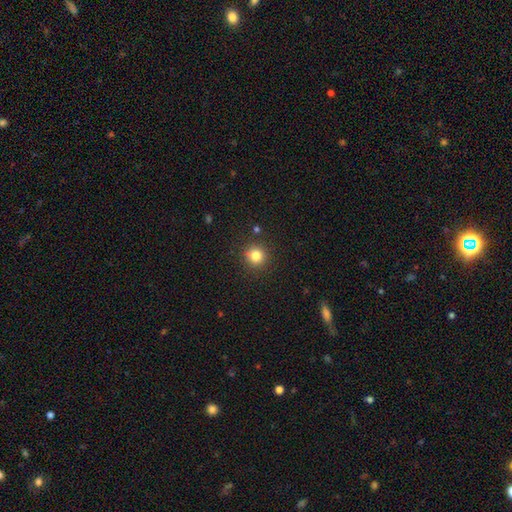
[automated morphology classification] smooth 82%, star or artifact 12%, featured or disk 6%. Down the decision tree: how rounded — round (94%); merging — none (89%).